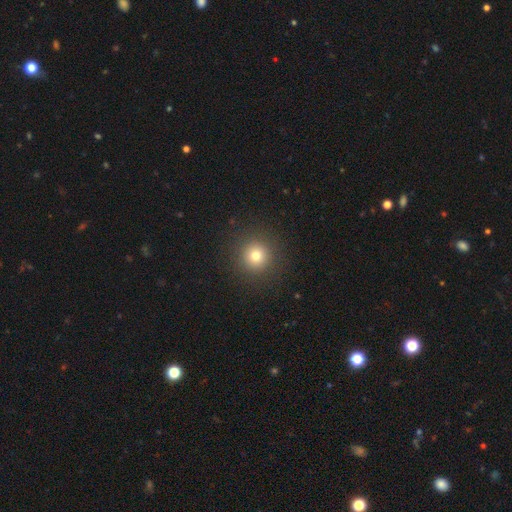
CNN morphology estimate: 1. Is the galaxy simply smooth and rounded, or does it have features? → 76% smooth, 15% star or artifact, 8% featured or disk.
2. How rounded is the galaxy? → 95% round, 4% in between, 1% cigar-shaped.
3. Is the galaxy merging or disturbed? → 91% none, 5% minor disturbance, 3% major disturbance, 1% merger.